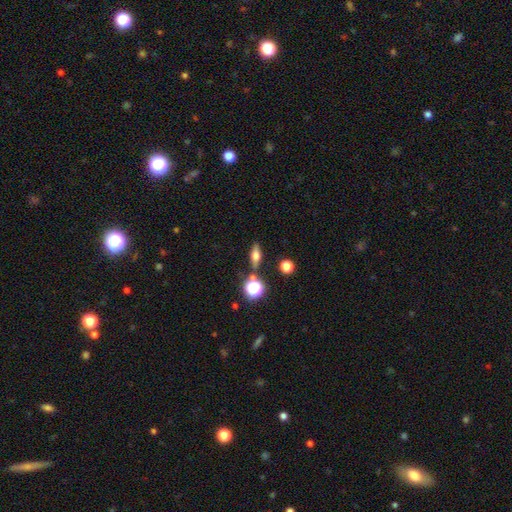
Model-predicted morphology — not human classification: Smooth or featured? Predicted: smooth (p=0.50). Merging? Predicted: none (p=0.82).